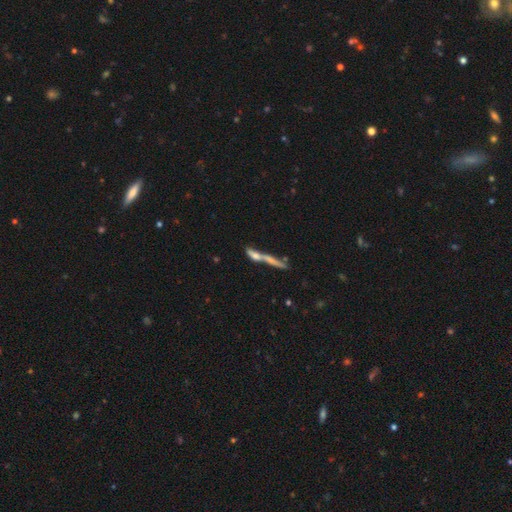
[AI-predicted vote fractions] Smooth or featured? smooth (48%)
Merging? merger (46%)